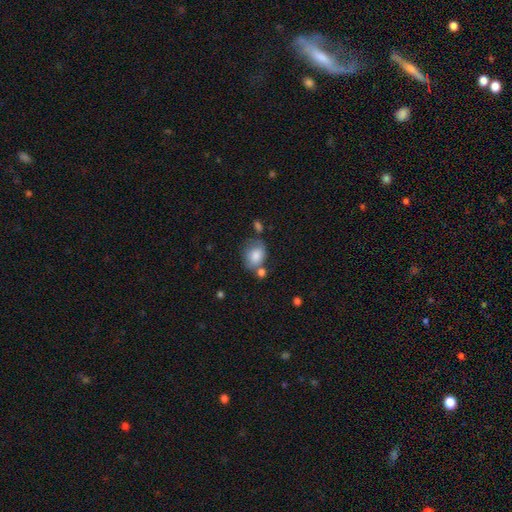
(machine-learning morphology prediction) Smooth or featured? smooth (80%)
How rounded? in between (54%)
Merging? none (45%)